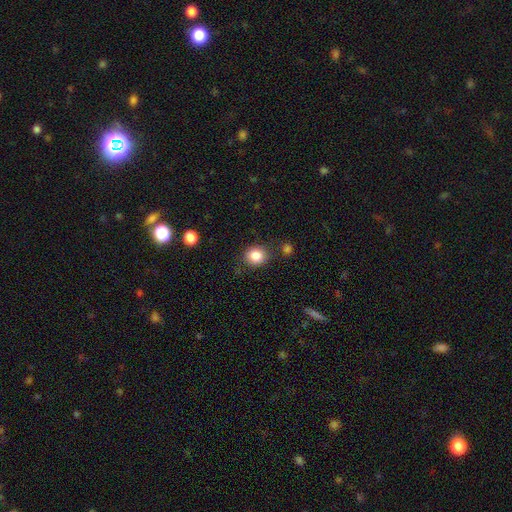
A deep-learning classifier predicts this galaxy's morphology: Smooth or featured?
  - smooth: 85% *
  - star or artifact: 10%
  - featured or disk: 5%
How rounded?
  - round: 77% *
  - in between: 22%
  - cigar-shaped: 1%
Merging?
  - none: 82% *
  - minor disturbance: 11%
  - merger: 4%
  - major disturbance: 3%